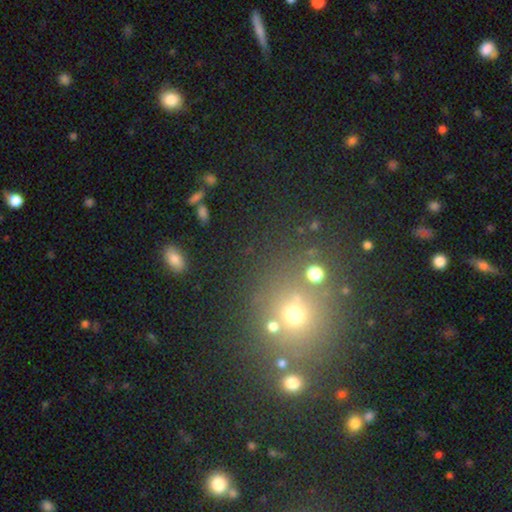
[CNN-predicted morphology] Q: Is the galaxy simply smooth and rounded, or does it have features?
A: star or artifact — 45%.